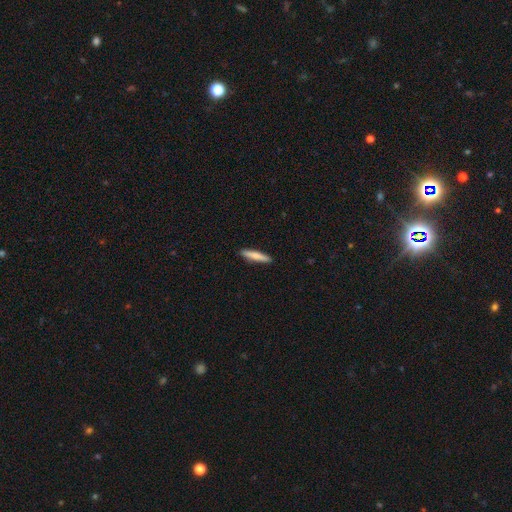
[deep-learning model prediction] This appears to be a smooth galaxy with no disk features (74%) that is cigar-shaped (90%). Merging: none (91%).